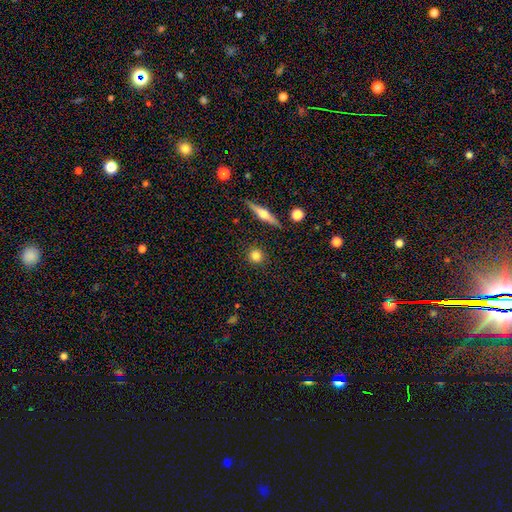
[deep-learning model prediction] This is likely a smooth galaxy (79%). How rounded: clearly round (91%). Merging: clearly none (90%).